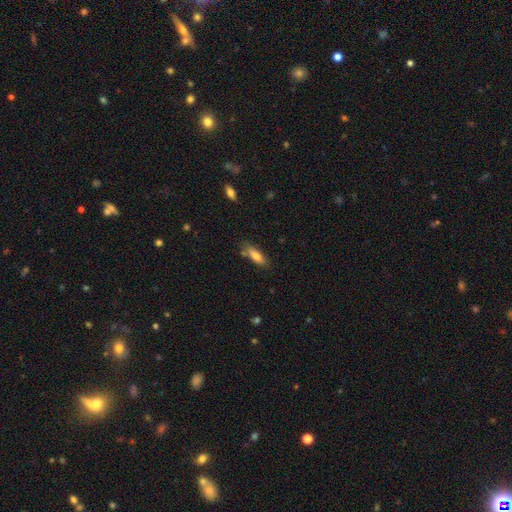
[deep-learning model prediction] smooth-or-featured: smooth: 77% | featured or disk: 16% | star or artifact: 8%
  how-rounded: in between: 55% | cigar-shaped: 43% | round: 2%
  merging: none: 69% | minor disturbance: 19% | merger: 8% | major disturbance: 4%